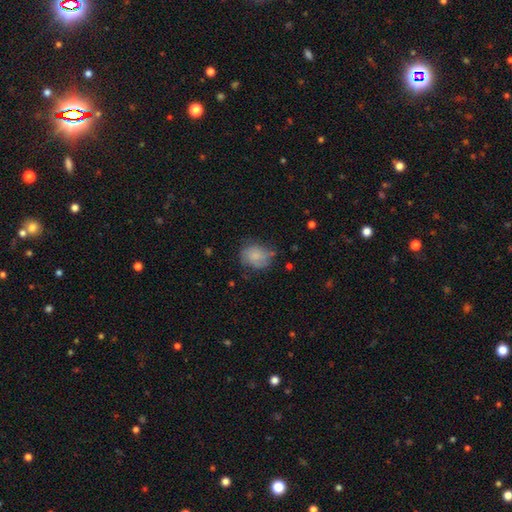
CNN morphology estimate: This appears to be a smooth galaxy with no disk features (64%) that is round (52%). Merging: none (56%).